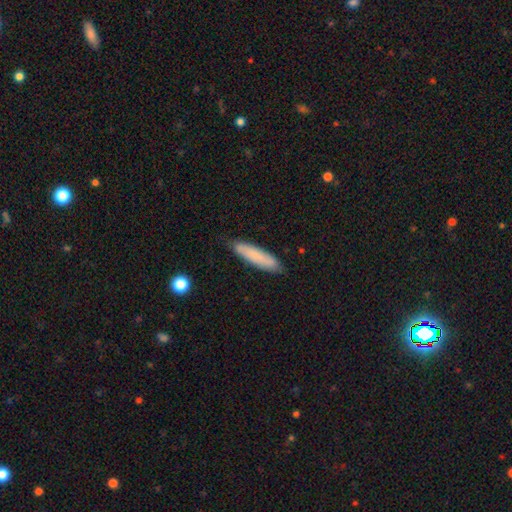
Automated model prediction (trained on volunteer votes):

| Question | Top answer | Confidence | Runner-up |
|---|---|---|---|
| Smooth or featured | smooth | 80% | featured or disk (14%) |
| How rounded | cigar-shaped | 79% | in between (20%) |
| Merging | none | 81% | minor disturbance (15%) |